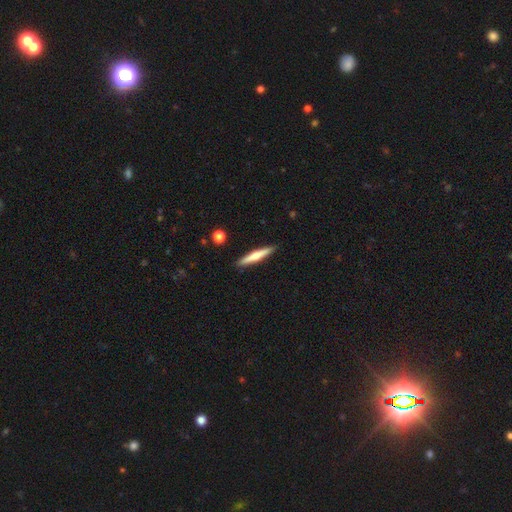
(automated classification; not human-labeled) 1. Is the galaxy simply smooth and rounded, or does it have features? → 49% featured or disk, 46% smooth, 5% star or artifact.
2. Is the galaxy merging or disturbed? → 91% none, 7% minor disturbance, 1% merger, 1% major disturbance.